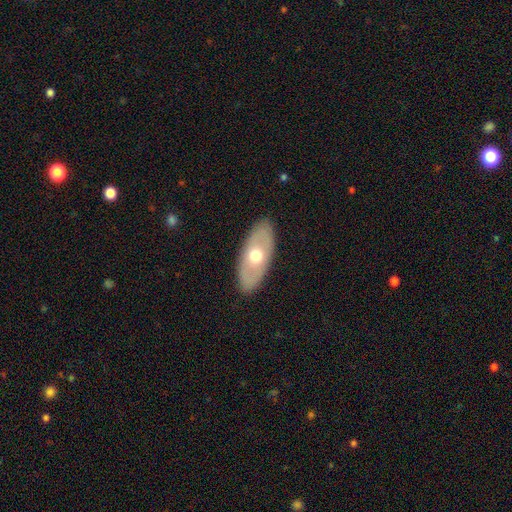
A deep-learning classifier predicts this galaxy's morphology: Overall: smooth (52%; featured or disk 43%). How rounded: in between (88%). Merging: none (87%).